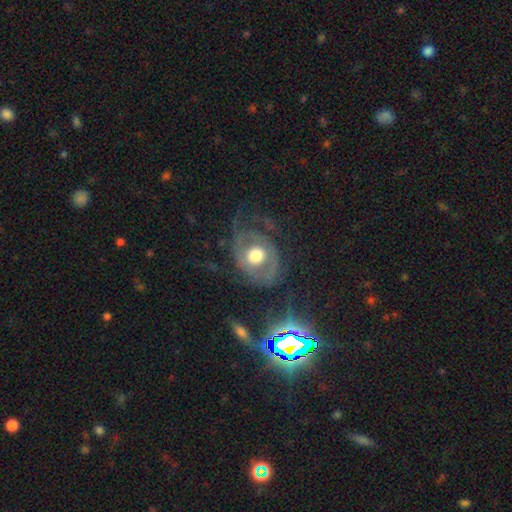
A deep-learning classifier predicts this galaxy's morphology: type=featured or disk (69%); edge-on=no (96%); bar=no (80%); spiral arms=yes (61%); bulge=moderate (52%); merging=none (53%).